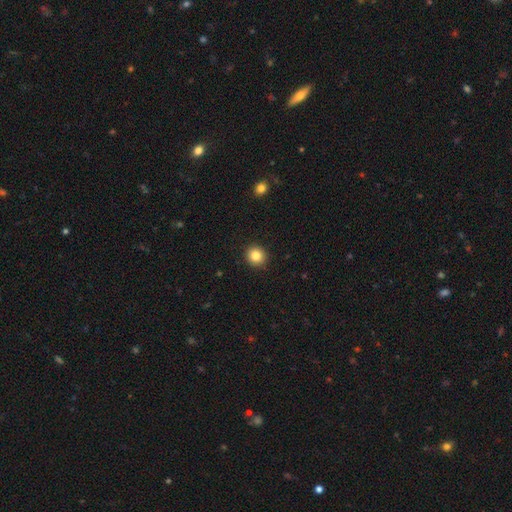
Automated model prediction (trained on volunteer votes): This appears to be a smooth galaxy with no disk features (84%) that is round (90%). Merging: none (92%).